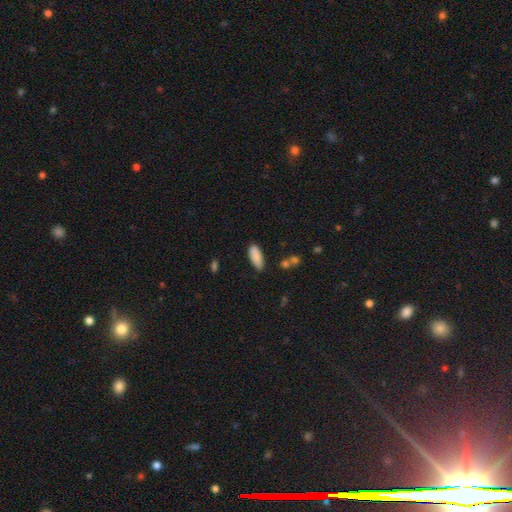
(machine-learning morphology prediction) Overall: smooth (88%). How rounded: in between (77%). Merging: none (79%).